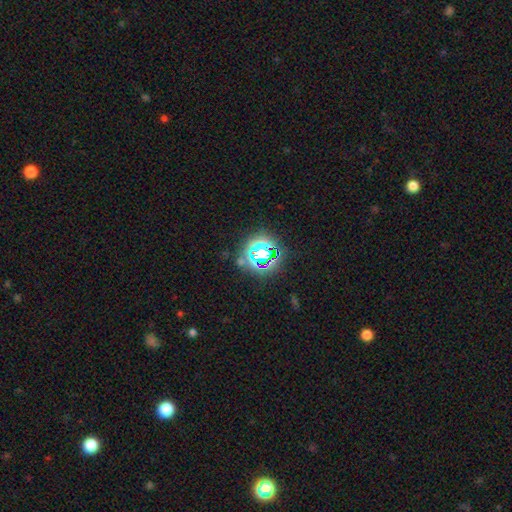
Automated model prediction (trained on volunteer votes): Smooth or featured? Predicted: star or artifact (p=0.74).